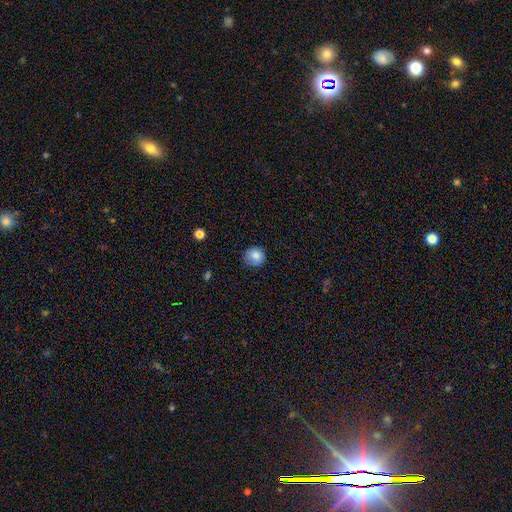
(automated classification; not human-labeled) Smooth or featured: smooth — 84% (star or artifact — 10%)
How rounded: round — 89% (in between — 10%)
Merging: none — 79% (minor disturbance — 17%)